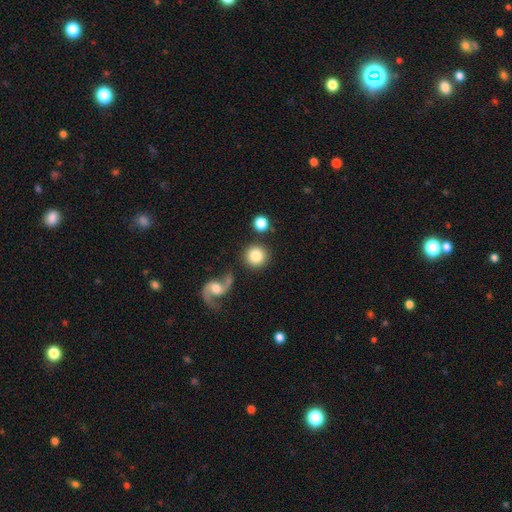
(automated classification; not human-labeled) smooth-or-featured: smooth: 81% | featured or disk: 12% | star or artifact: 7%
  how-rounded: round: 94% | in between: 4% | cigar-shaped: 1%
  merging: none: 81% | merger: 8% | minor disturbance: 7% | major disturbance: 4%